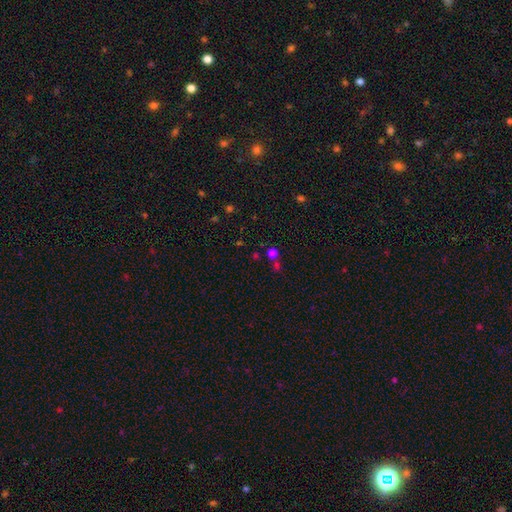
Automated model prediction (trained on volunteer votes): This appears to be a smooth galaxy with no disk features (56%) that is round (87%). Merging: none (65%).